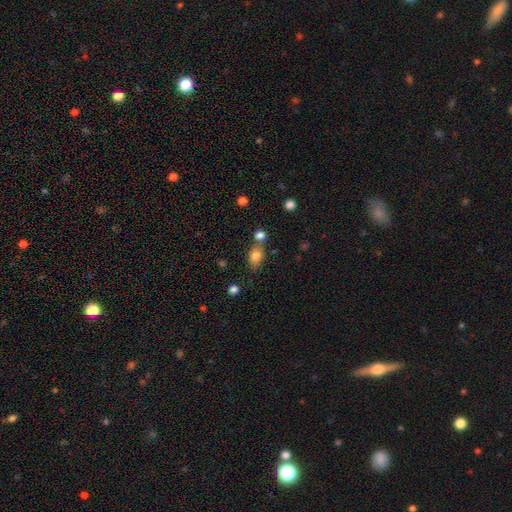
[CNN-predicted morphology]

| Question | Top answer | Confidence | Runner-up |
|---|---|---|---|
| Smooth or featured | smooth | 82% | star or artifact (10%) |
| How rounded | in between | 76% | round (21%) |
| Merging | none | 59% | merger (24%) |